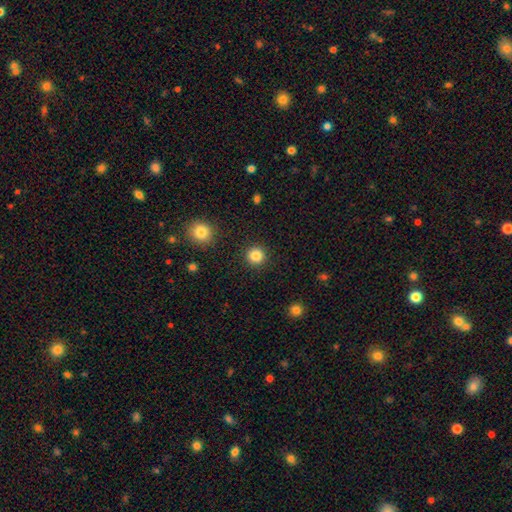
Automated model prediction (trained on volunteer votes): A smooth galaxy with no disk features (85%) that is round (95%). Merging: none (92%).